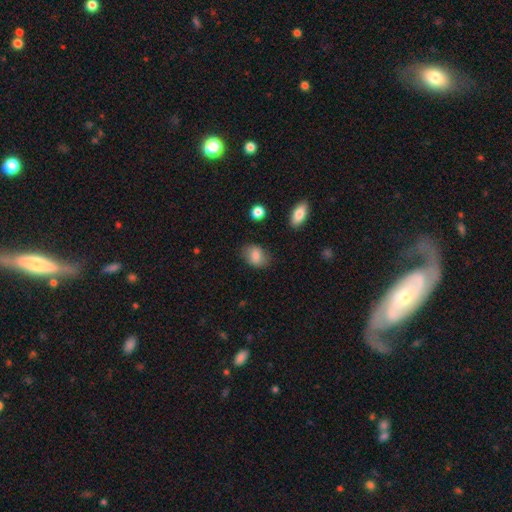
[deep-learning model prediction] This is clearly a smooth galaxy (83%). How rounded: likely in between (75%). Merging: likely none (77%).